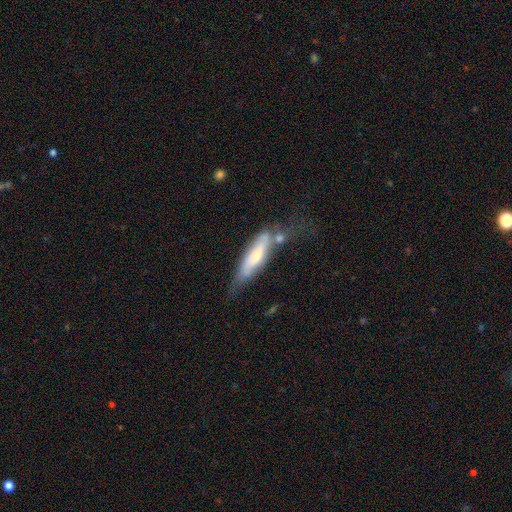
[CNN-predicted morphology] This is possibly a smooth galaxy (49%). Merging: marginally none (41%).